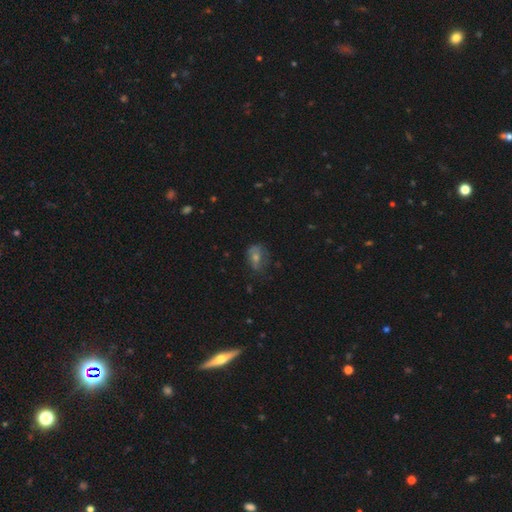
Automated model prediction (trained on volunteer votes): The model was most divided on "smooth or featured": smooth: 46%, featured or disk: 34%, star or artifact: 20%. More confident: merging — none (59%).